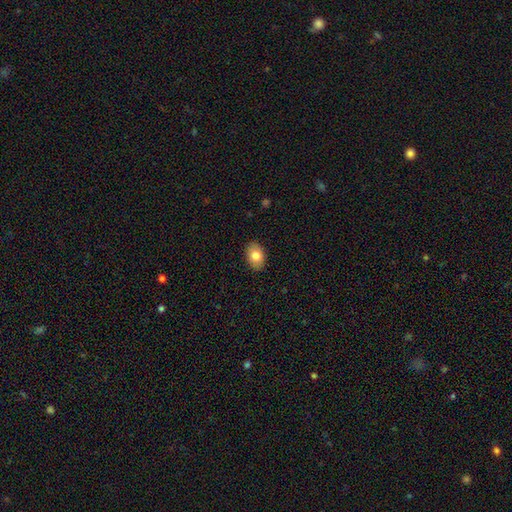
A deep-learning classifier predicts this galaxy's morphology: A smooth galaxy with no disk features (82%) that is in between round and cigar-shaped (84%). Merging: none (89%).